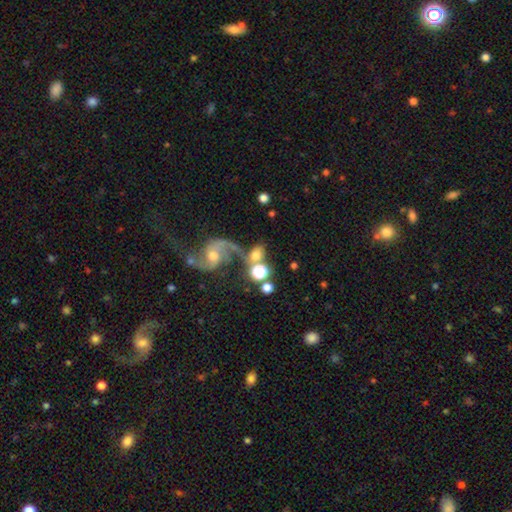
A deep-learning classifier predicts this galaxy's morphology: Smooth or featured?
  - smooth: 50% *
  - featured or disk: 37%
  - star or artifact: 13%
How rounded?
  - round: 55% *
  - in between: 42%
  - cigar-shaped: 3%
Merging?
  - none: 48% *
  - merger: 29%
  - minor disturbance: 13%
  - major disturbance: 10%